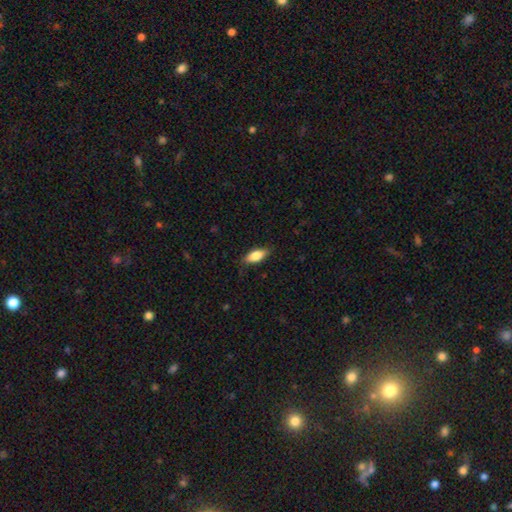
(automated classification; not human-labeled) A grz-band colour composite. It shows a smooth galaxy with no disk features (78%) that is in between round and cigar-shaped (79%). Merging: none (83%).